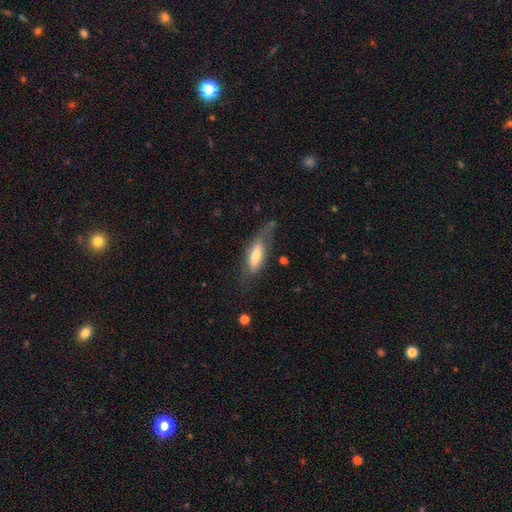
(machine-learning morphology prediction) smooth_or_featured: smooth (p=0.56) [alt: featured or disk p=0.37]
how_rounded: in between (p=0.60) [alt: cigar-shaped p=0.38]
merging: none (p=0.51) [alt: minor disturbance p=0.27]